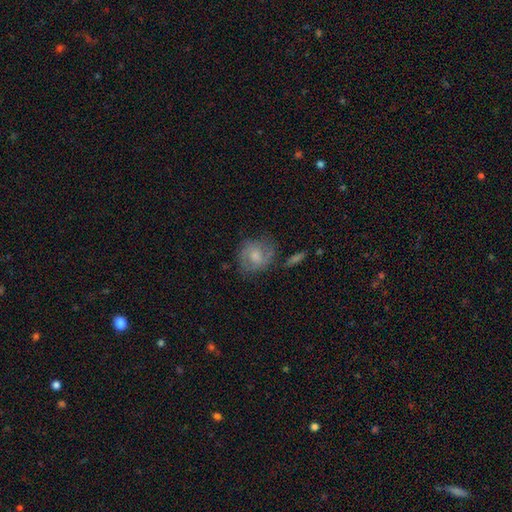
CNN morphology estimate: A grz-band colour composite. It shows a featured or disk galaxy (54%) with no bar (63%), spiral arms (82%) and a moderate central bulge (50%). Merging: none (63%).